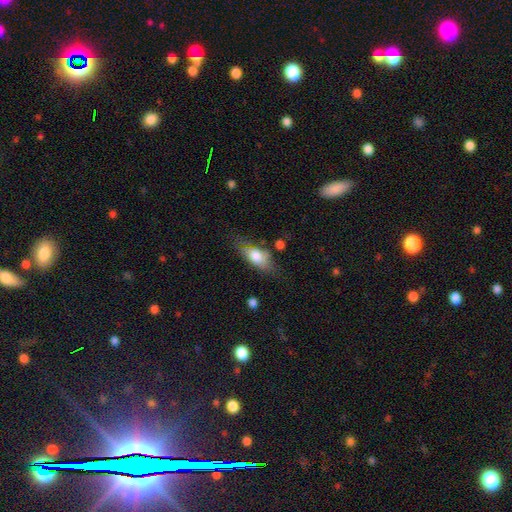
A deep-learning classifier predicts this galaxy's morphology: Overall: smooth (71%). How rounded: in between (82%). Merging: none (59%; minor disturbance 27%).